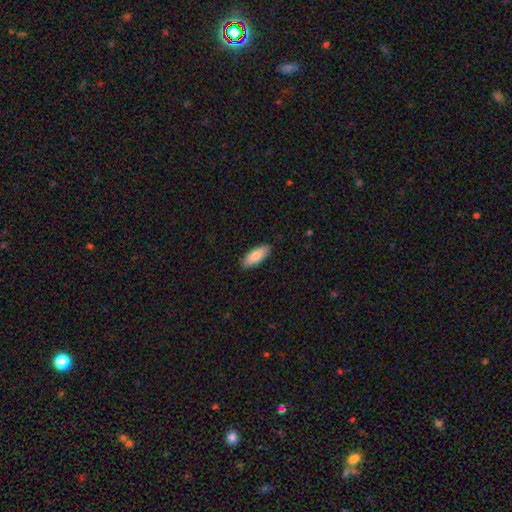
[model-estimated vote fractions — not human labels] Smooth or featured: smooth — 85% (featured or disk — 9%)
How rounded: in between — 78% (cigar-shaped — 21%)
Merging: none — 88% (minor disturbance — 9%)